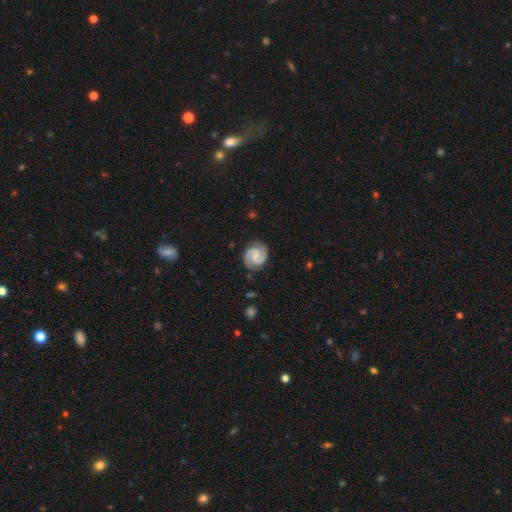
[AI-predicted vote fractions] Overall: featured or disk (87%). Edge-on disk: no (98%). Bar: weak (47%; no 38%). Spiral arms: yes (98%). Spiral arm count: 2 (94%). Spiral winding: medium (51%; tight 39%). Bulge size: none (39%, tied with small). Merging: none (84%).